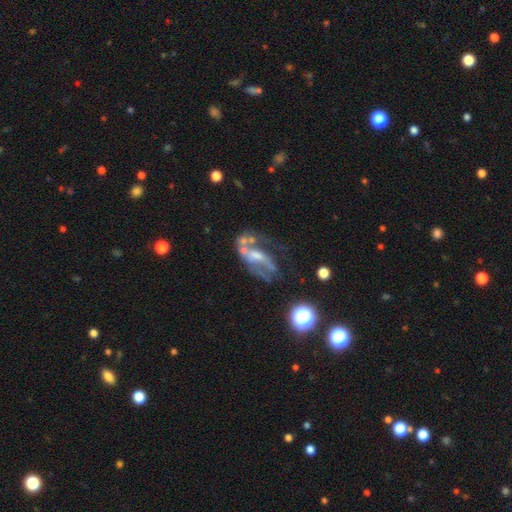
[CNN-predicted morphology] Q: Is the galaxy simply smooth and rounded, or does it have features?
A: featured or disk — 71%.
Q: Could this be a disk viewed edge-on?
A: no — 92%.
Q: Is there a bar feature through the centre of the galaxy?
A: no — 43%.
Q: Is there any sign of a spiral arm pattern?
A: yes — 64%.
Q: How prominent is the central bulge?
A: small — 39%.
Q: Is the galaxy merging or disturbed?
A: none — 37%.